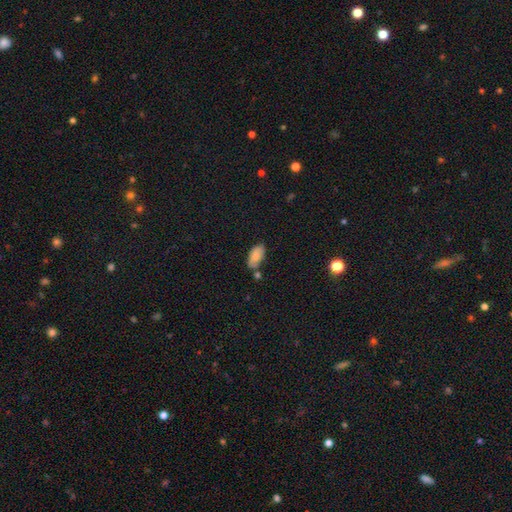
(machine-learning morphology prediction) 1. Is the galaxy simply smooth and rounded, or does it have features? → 82% smooth, 9% featured or disk, 8% star or artifact.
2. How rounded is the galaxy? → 93% in between, 5% cigar-shaped, 3% round.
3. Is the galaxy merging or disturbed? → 60% none, 22% minor disturbance, 13% merger, 5% major disturbance.